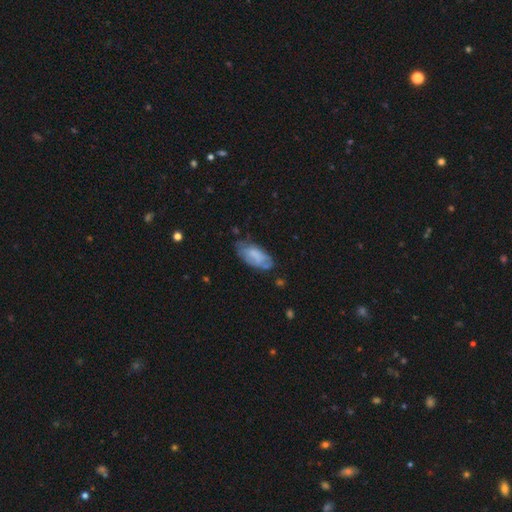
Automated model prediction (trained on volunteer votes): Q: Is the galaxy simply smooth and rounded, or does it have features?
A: smooth — 66%.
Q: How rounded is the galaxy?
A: in between — 90%.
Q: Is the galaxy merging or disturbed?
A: none — 56%.